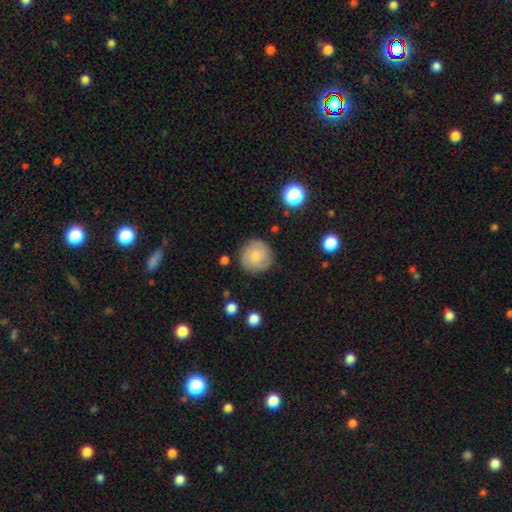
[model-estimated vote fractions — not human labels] A smooth galaxy with no disk features (65%) that is round (94%). Merging: none (84%).